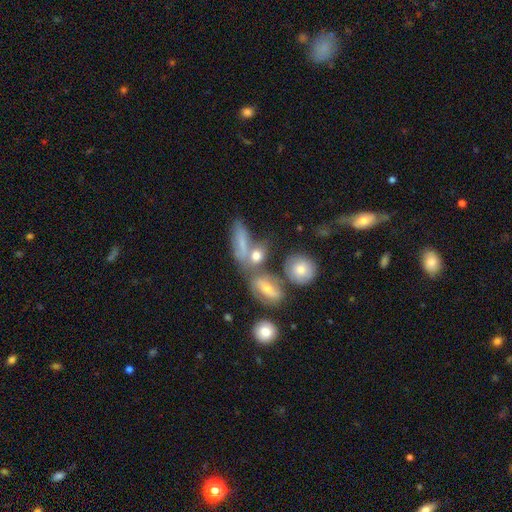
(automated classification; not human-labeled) smooth_or_featured: smooth (p=0.61) [alt: featured or disk p=0.27]
how_rounded: in between (p=0.62) [alt: round p=0.21]
merging: merger (p=0.41) [alt: none p=0.34]